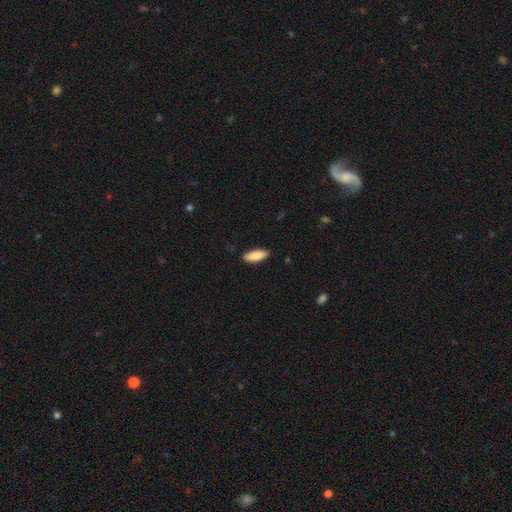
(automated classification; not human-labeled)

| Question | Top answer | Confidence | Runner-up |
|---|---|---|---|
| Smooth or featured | smooth | 88% | featured or disk (7%) |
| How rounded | in between | 71% | cigar-shaped (28%) |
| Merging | none | 89% | minor disturbance (9%) |